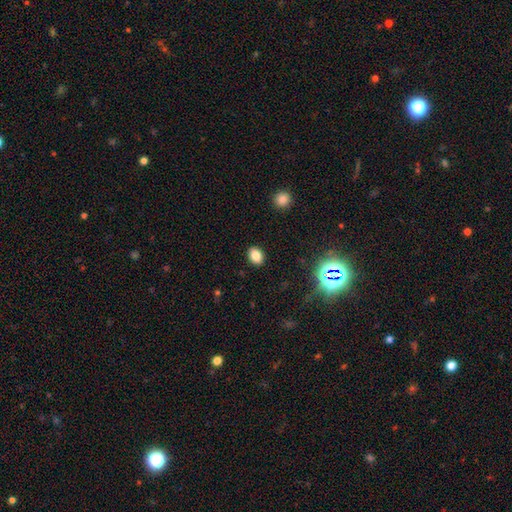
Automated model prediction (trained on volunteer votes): This is clearly a smooth galaxy (82%). How rounded: likely in between (75%). Merging: clearly none (89%).